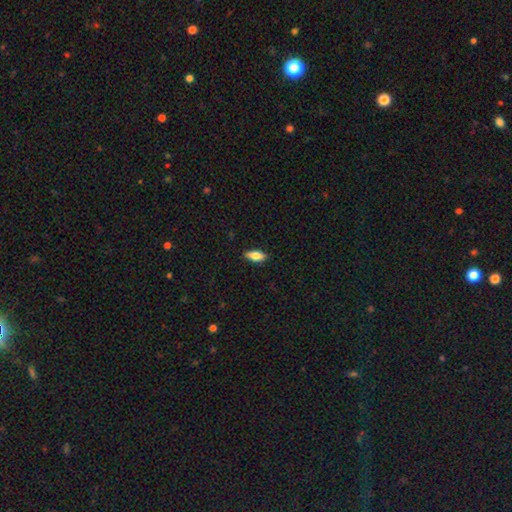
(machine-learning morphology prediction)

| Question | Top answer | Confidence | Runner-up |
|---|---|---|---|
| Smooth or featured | smooth | 75% | featured or disk (18%) |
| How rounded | in between | 80% | cigar-shaped (17%) |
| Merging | none | 87% | minor disturbance (10%) |